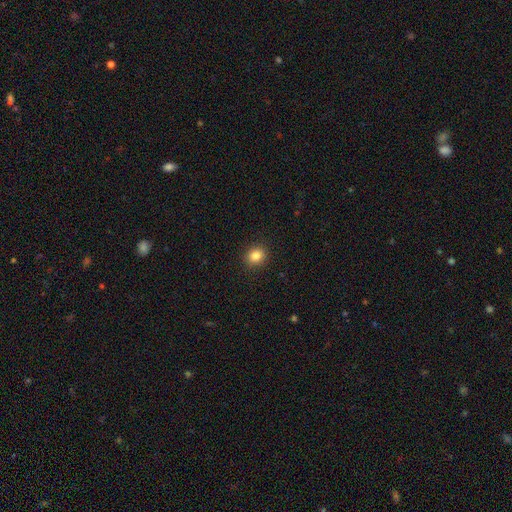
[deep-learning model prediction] smooth_or_featured: smooth (p=0.85) [alt: star or artifact p=0.11]
how_rounded: round (p=0.69) [alt: in between p=0.30]
merging: none (p=0.91) [alt: minor disturbance p=0.06]